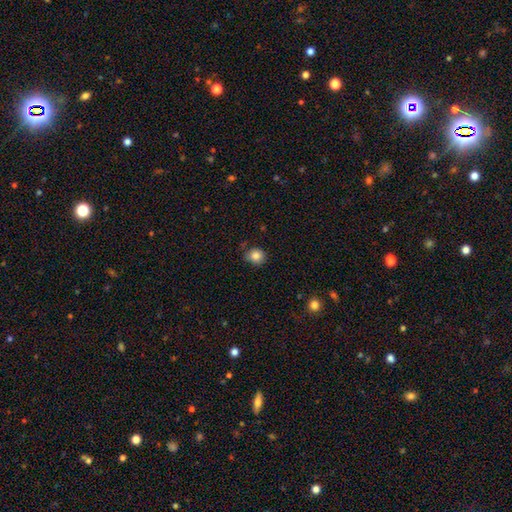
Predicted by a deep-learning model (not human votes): A smooth galaxy with no disk features (83%) that is round (85%). Merging: none (79%).